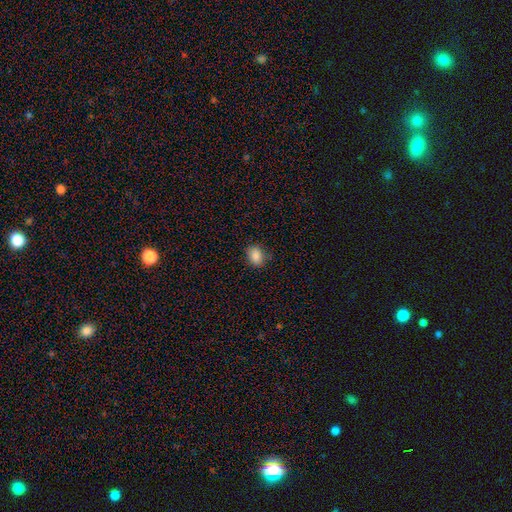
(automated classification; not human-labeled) smooth_or_featured: smooth (p=0.87) [alt: star or artifact p=0.09]
how_rounded: in between (p=0.62) [alt: round p=0.37]
merging: none (p=0.84) [alt: minor disturbance p=0.13]